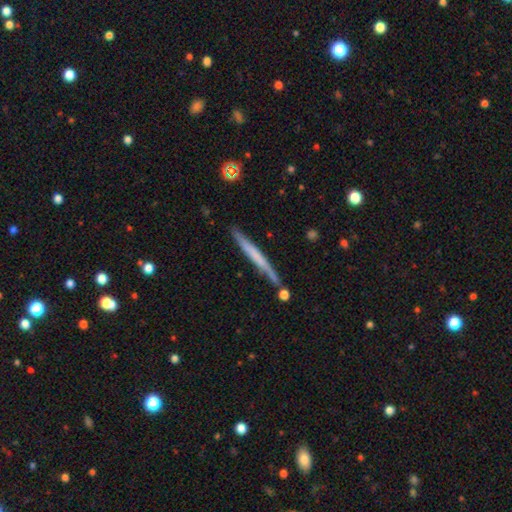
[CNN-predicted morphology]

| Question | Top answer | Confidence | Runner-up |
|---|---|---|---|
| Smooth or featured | featured or disk | 48% | smooth (46%) |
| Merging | none | 80% | minor disturbance (13%) |